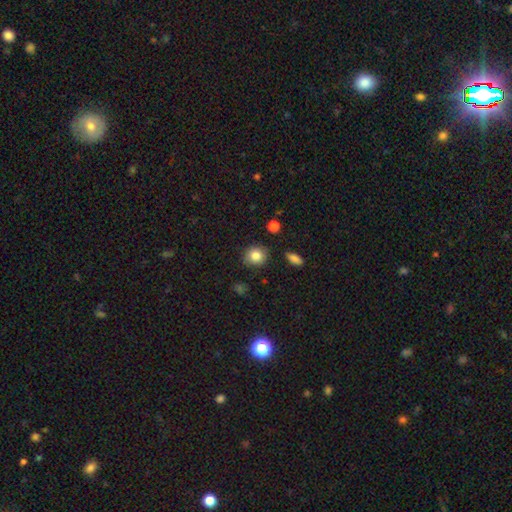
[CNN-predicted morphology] smooth 84%, star or artifact 9%, featured or disk 7%. Down the decision tree: how rounded — round (77%); merging — none (85%).